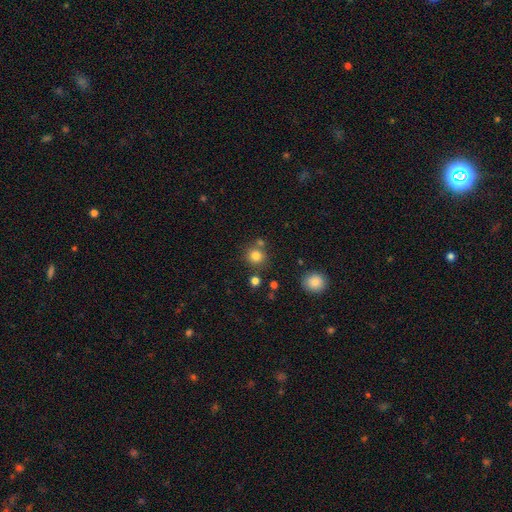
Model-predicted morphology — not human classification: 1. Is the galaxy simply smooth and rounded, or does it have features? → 80% smooth, 13% star or artifact, 7% featured or disk.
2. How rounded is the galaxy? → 88% round, 11% in between, 1% cigar-shaped.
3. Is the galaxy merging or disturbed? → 73% none, 14% merger, 9% minor disturbance, 3% major disturbance.